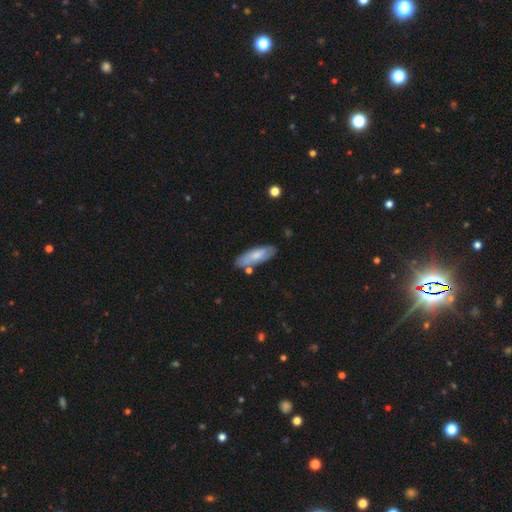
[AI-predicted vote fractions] A smooth galaxy with no disk features (67%) that is in between round and cigar-shaped (64%). Merging: none (72%).